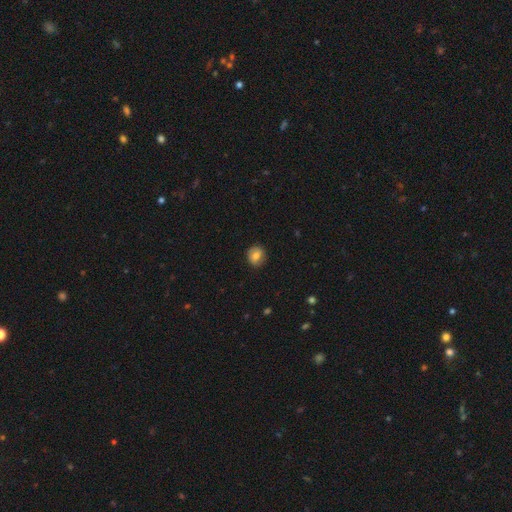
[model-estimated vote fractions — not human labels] Smooth or featured? smooth (72%)
How rounded? round (77%)
Merging? none (86%)